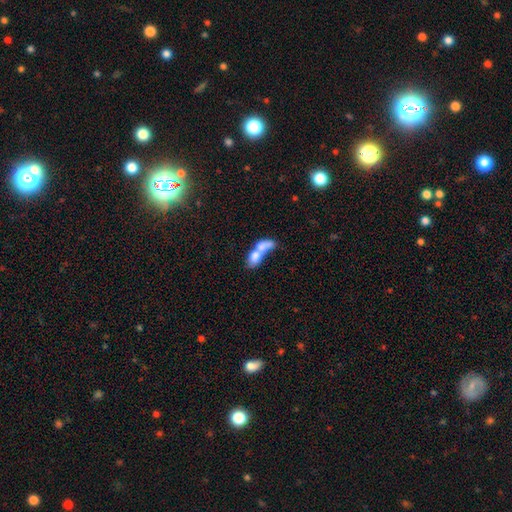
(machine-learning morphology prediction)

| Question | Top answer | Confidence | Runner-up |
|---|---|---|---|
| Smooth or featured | smooth | 68% | featured or disk (24%) |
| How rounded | in between | 75% | round (16%) |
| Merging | merger | 77% | none (11%) |